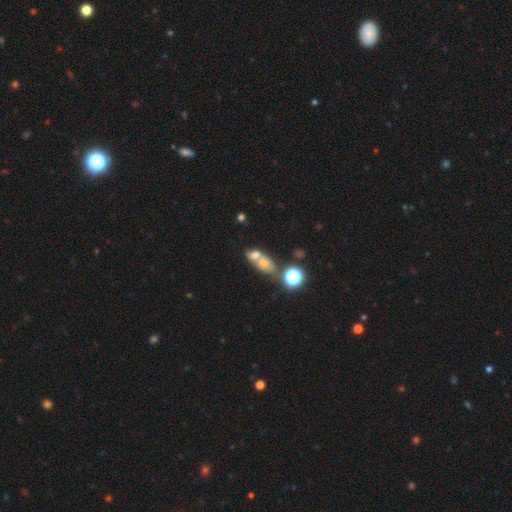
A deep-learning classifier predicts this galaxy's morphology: Smooth or featured: smooth — 58% (featured or disk — 23%)
How rounded: in between — 62% (round — 34%)
Merging: merger — 65% (none — 22%)